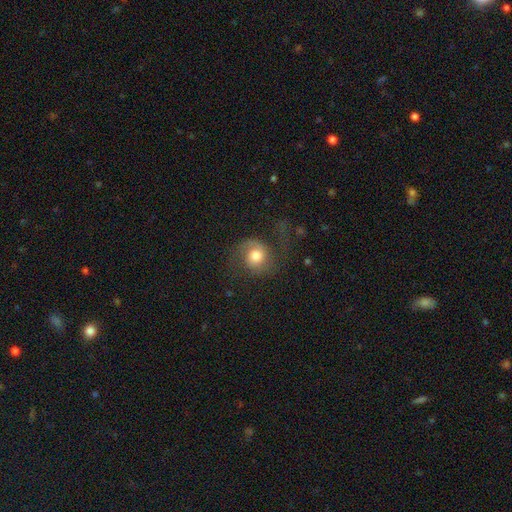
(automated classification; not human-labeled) The model was most divided on "smooth or featured": featured or disk: 51%, smooth: 40%, star or artifact: 9%. More confident: edge-on disk — no (97%); merging — none (50%).